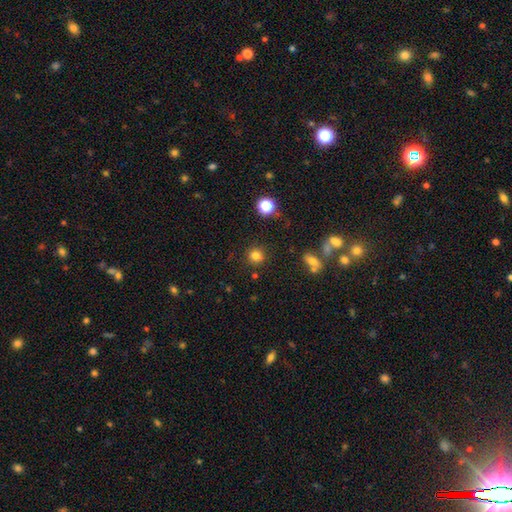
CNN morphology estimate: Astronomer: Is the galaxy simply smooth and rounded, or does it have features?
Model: smooth — 79%.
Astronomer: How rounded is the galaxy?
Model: round — 91%.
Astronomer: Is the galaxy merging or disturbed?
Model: none — 87%.